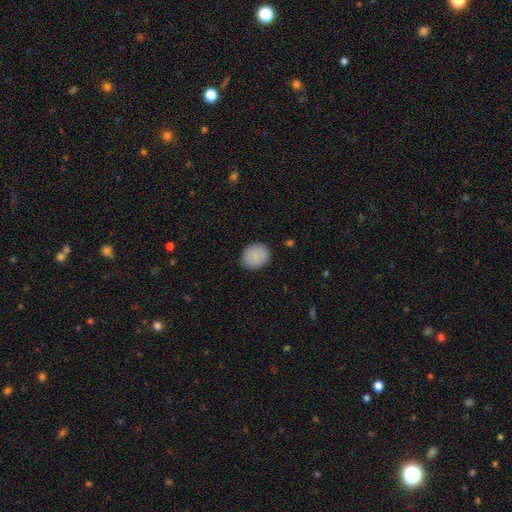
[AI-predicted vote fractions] Smooth or featured? Predicted: smooth (p=0.88). How rounded? Predicted: round (p=0.70). Merging? Predicted: none (p=0.87).